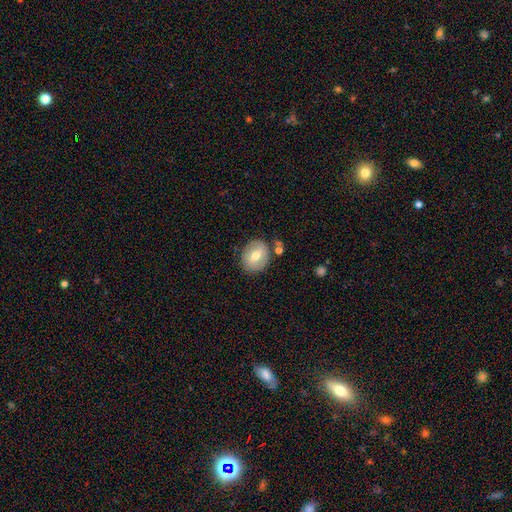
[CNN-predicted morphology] smooth 63%, featured or disk 30%, star or artifact 8%. Down the decision tree: how rounded — round (57%); merging — none (78%).